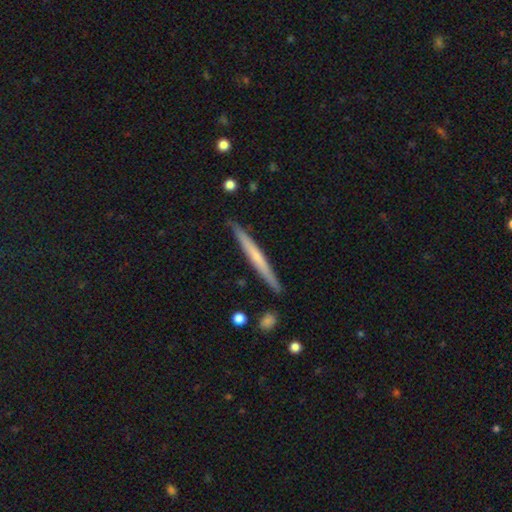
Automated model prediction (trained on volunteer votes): A smooth galaxy with no disk features (49%).

Vote fractions:
- Smooth or featured? smooth: 49% / featured or disk: 46% / star or artifact: 5%
- Merging? none: 89% / minor disturbance: 8% / merger: 2% / major disturbance: 1%